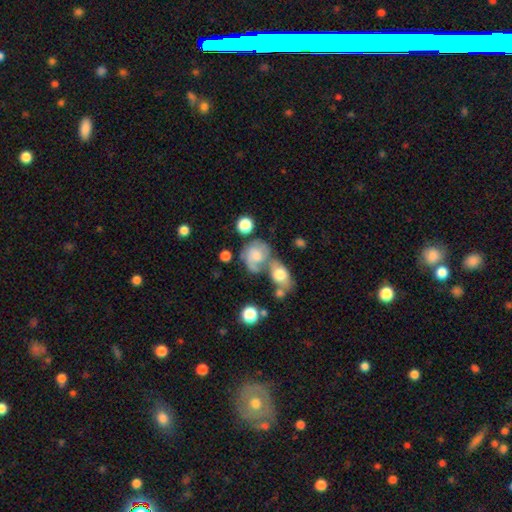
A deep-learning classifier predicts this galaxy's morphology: This appears to be a featured or disk galaxy (47%). Merging: merger (43%).